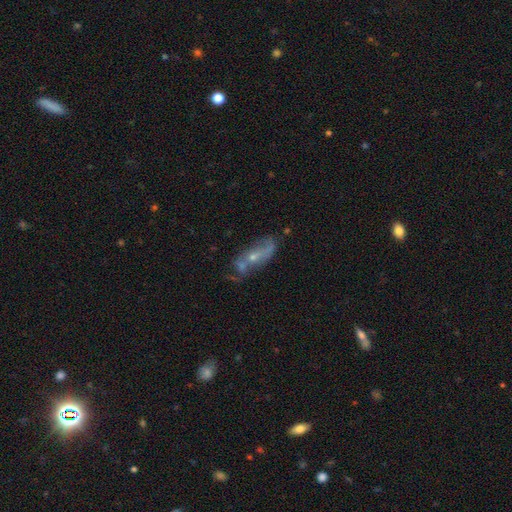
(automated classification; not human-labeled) The model was most divided on "merging": none: 32%, merger: 28%, minor disturbance: 20%, major disturbance: 20%. More confident: edge-on disk — no (85%); smooth or featured — featured or disk (55%).